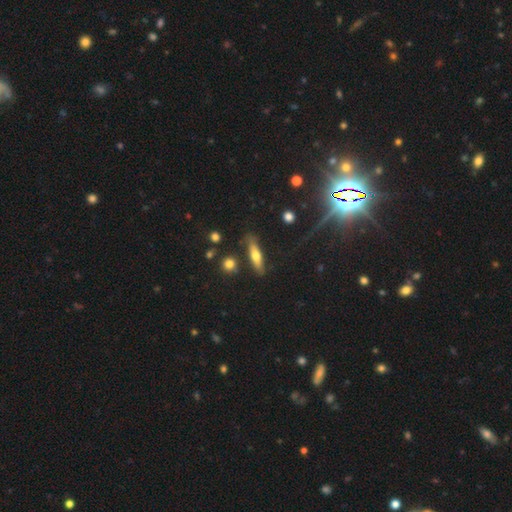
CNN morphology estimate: The model was most divided on "smooth or featured": smooth: 55%, featured or disk: 38%, star or artifact: 7%. More confident: merging — none (78%); how rounded — cigar-shaped (75%).